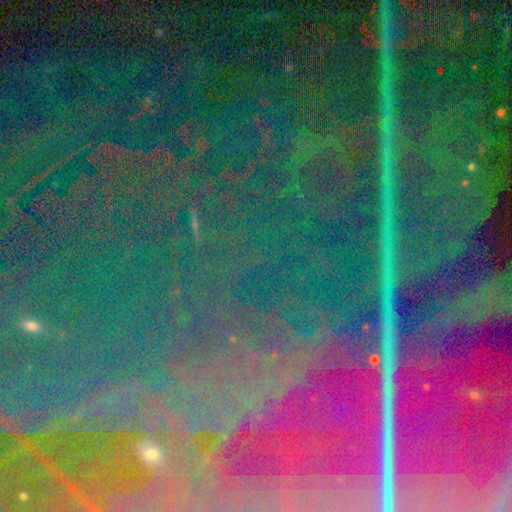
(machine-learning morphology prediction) A star or artifact, not a galaxy (86%).